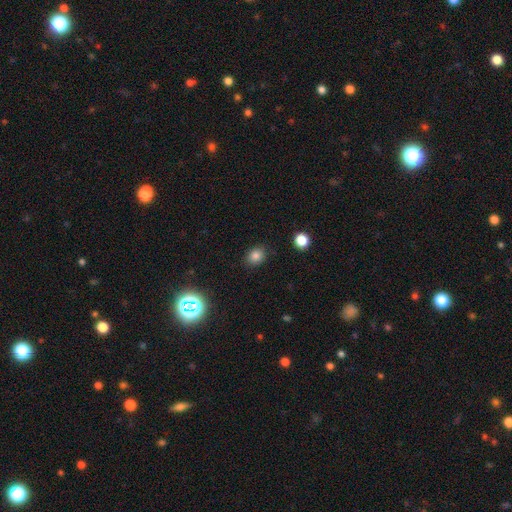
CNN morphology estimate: Overall: smooth (82%). How rounded: round (55%; in between 44%). Merging: none (85%).